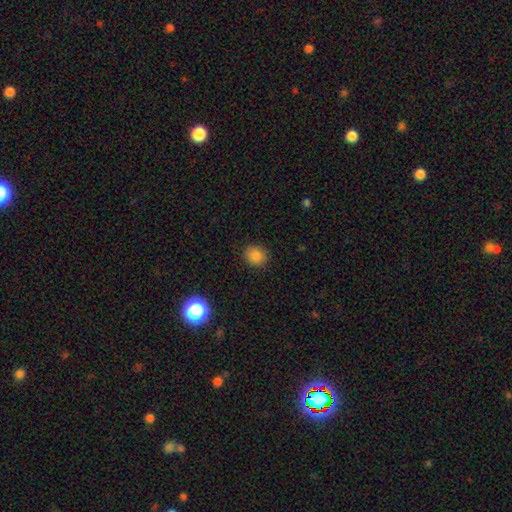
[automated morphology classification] Smooth or featured?
  - smooth: 83% *
  - star or artifact: 12%
  - featured or disk: 5%
How rounded?
  - round: 78% *
  - in between: 21%
  - cigar-shaped: 1%
Merging?
  - none: 90% *
  - minor disturbance: 7%
  - major disturbance: 2%
  - merger: 1%